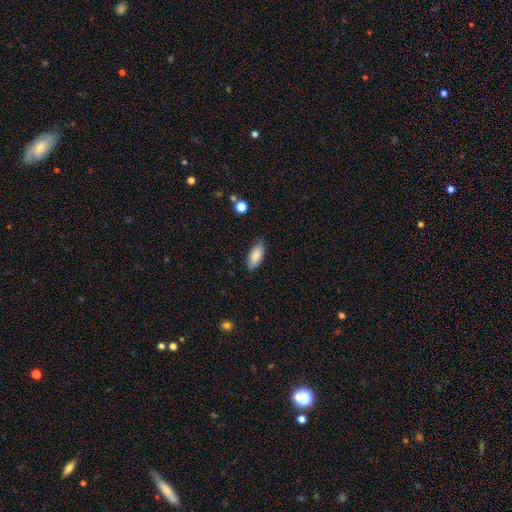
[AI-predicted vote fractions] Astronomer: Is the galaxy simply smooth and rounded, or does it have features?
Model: smooth — 83%.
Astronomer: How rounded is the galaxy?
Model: in between — 84%.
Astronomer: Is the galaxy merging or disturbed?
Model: none — 80%.